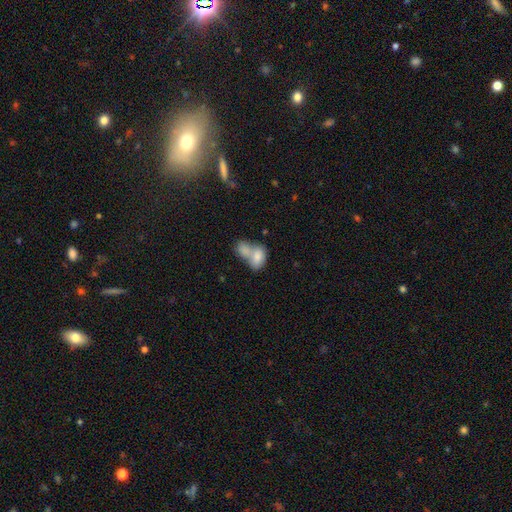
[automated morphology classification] This is likely a smooth galaxy (80%). How rounded: clearly in between (85%). Merging: likely merger (73%).